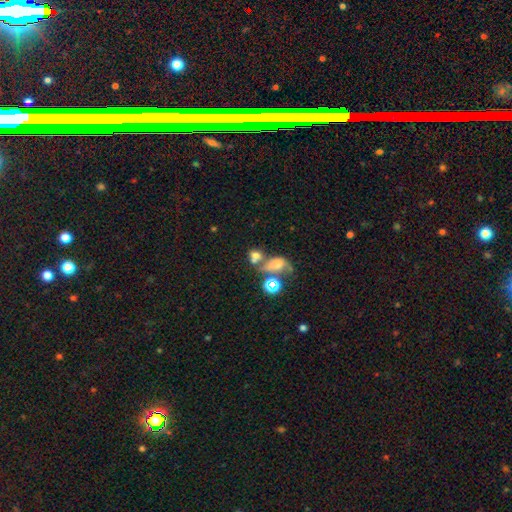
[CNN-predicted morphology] The model was most divided on "how rounded": in between: 56%, round: 42%, cigar-shaped: 3%. More confident: smooth or featured — smooth (61%); merging — merger (53%).